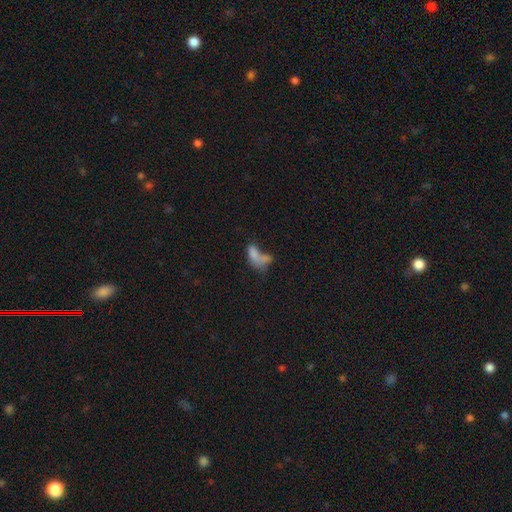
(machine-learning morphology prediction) Smooth or featured: smooth — 65% (featured or disk — 22%)
How rounded: in between — 83% (cigar-shaped — 10%)
Merging: merger — 43% (major disturbance — 27%)